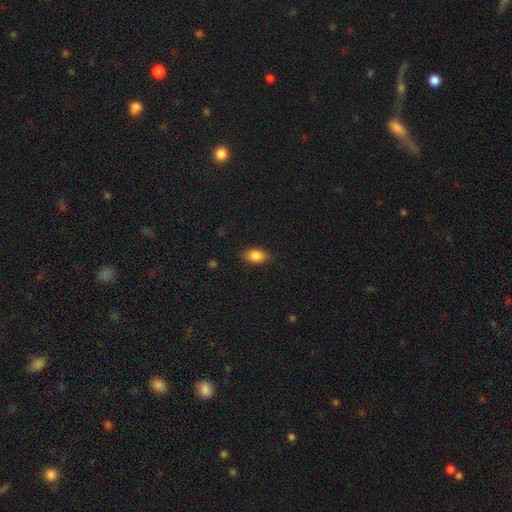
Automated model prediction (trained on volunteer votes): A smooth galaxy with no disk features (86%) that is in between round and cigar-shaped (86%). Merging: none (84%).